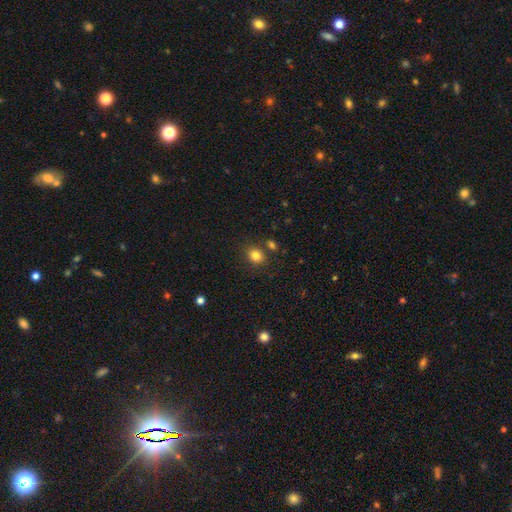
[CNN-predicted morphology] Smooth or featured?
  - smooth: 82% *
  - star or artifact: 12%
  - featured or disk: 6%
How rounded?
  - round: 60% *
  - in between: 39%
  - cigar-shaped: 1%
Merging?
  - none: 76% *
  - minor disturbance: 11%
  - merger: 10%
  - major disturbance: 3%